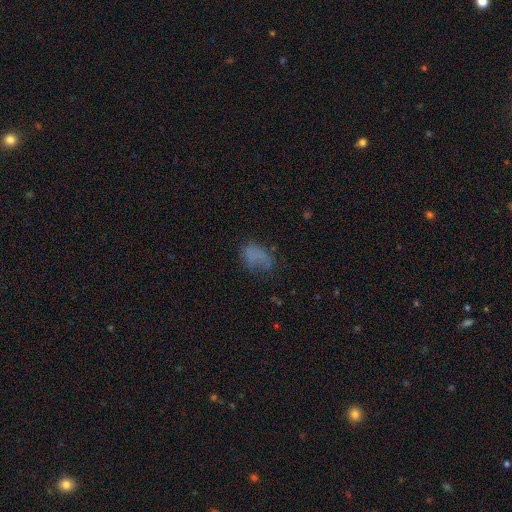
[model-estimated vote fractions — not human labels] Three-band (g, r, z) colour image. It shows a smooth galaxy with no disk features (61%) that is in between round and cigar-shaped (78%). Merging: none (47%).